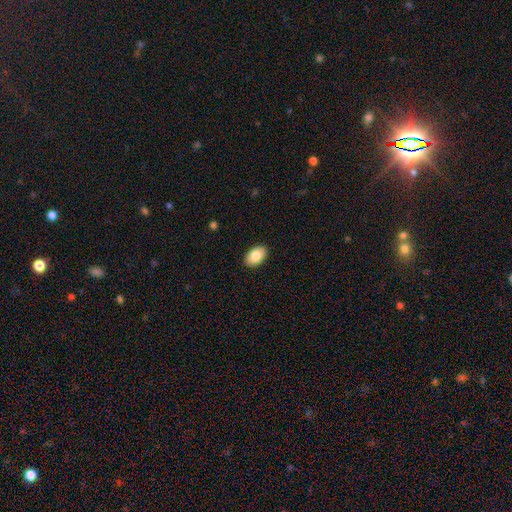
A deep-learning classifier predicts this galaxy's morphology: Smooth or featured? Predicted: smooth (p=0.85). How rounded? Predicted: in between (p=0.92). Merging? Predicted: none (p=0.90).